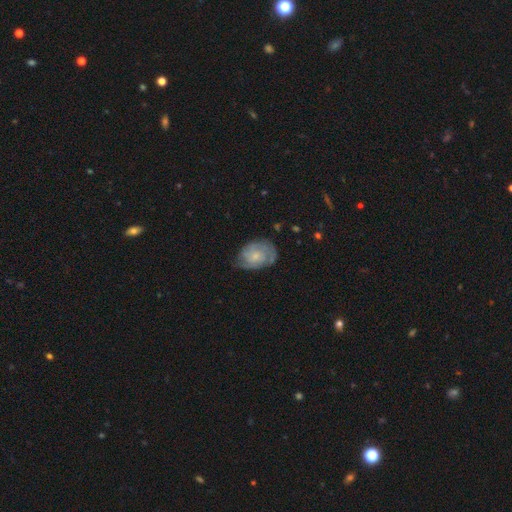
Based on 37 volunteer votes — Smooth or featured? 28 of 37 (76%) said featured or disk. Edge-on disk? 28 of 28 (100%) said no. Bar? 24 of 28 (86%) said no. Spiral arms? 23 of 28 (82%) said yes. Spiral winding? 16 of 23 (70%) said tight. Spiral arm count? 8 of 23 (35%) said 2. Bulge size? 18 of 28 (64%) said small. Merging? 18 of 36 (50%) said none.